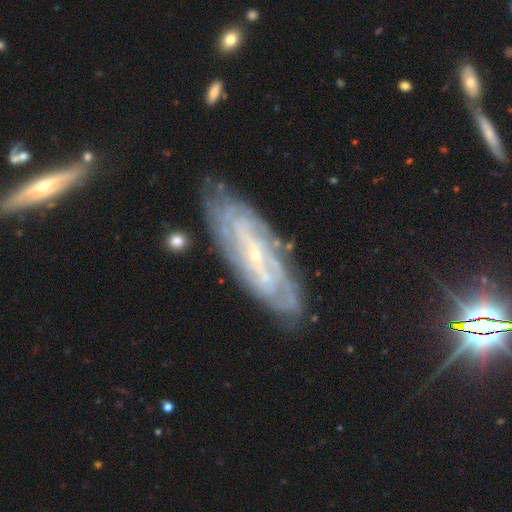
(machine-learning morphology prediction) This is clearly a featured or disk galaxy (85%). It is clearly not viewed edge-on (87%). Bar: marginally weak (36%). Spiral arm pattern: clearly yes (93%). Spiral arm count: marginally can't tell (41%). Spiral winding: likely tight (68%). Central bulge: clearly small (85%). Merging: likely none (78%).